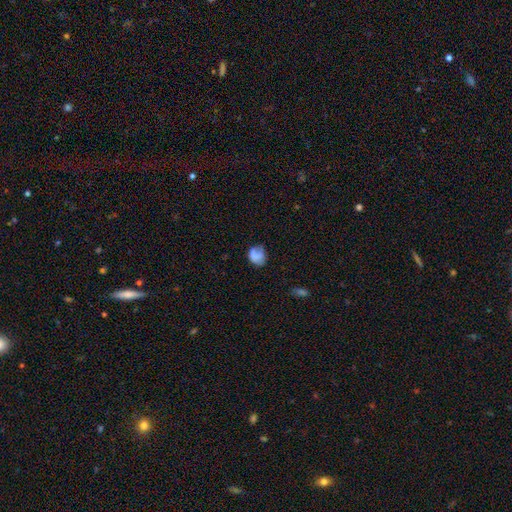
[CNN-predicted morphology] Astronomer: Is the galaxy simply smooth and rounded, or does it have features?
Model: smooth — 68%.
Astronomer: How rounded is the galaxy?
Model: round — 57% (runner-up: in between, 41%).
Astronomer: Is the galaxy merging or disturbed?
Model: none — 49% (runner-up: minor disturbance, 30%).